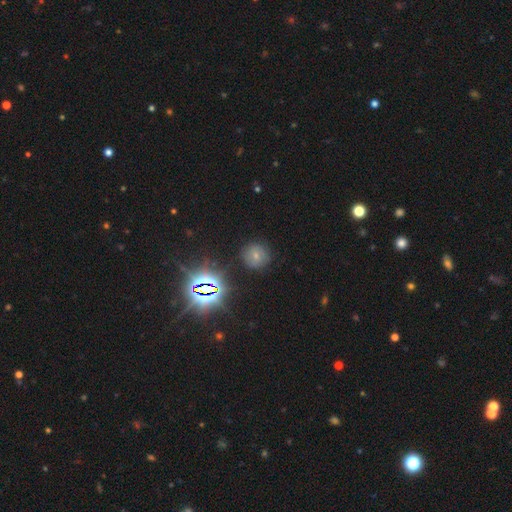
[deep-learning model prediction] This appears to be a smooth galaxy with no disk features (54%) that is round (91%). Merging: none (83%).